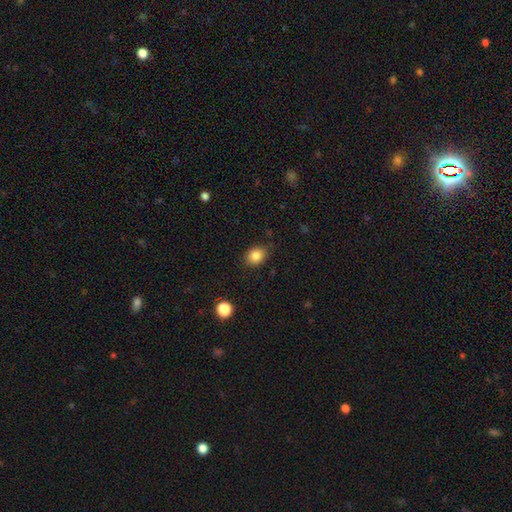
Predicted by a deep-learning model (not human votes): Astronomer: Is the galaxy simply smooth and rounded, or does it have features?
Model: smooth — 85%.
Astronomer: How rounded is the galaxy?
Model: in between — 53% (runner-up: round, 46%).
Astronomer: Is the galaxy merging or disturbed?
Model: none — 81%.